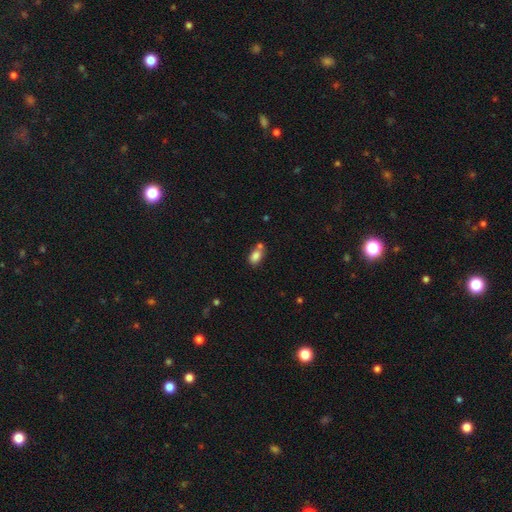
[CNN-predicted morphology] Smooth or featured? Predicted: smooth (p=0.83). How rounded? Predicted: in between (p=0.80). Merging? Predicted: none (p=0.49).